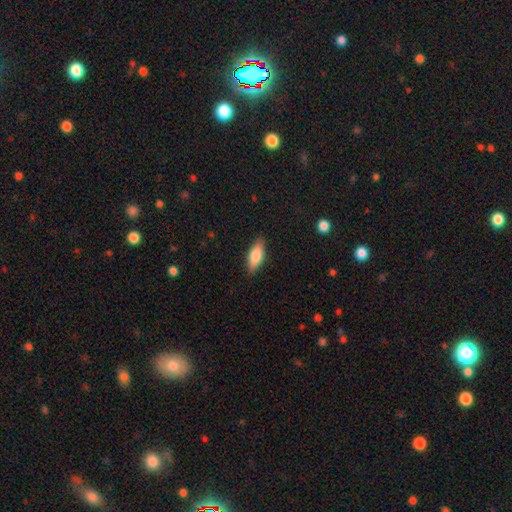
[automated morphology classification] The model was most divided on "how rounded": in between: 73%, cigar-shaped: 25%, round: 2%. More confident: merging — none (87%); smooth or featured — smooth (77%).